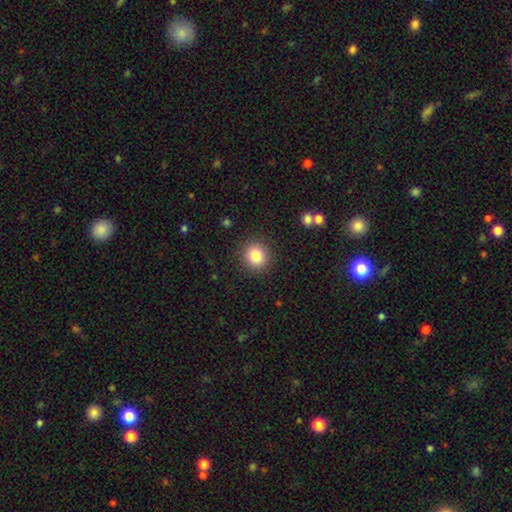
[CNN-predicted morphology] A smooth galaxy with no disk features (82%) that is round (89%).

Vote fractions:
- Smooth or featured? smooth: 82% / star or artifact: 10% / featured or disk: 7%
- How rounded? round: 89% / in between: 10% / cigar-shaped: 1%
- Merging? none: 90% / minor disturbance: 7% / major disturbance: 2% / merger: 1%